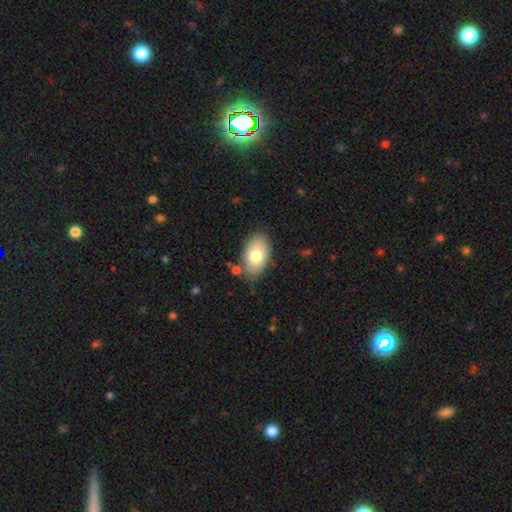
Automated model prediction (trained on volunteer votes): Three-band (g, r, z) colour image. It shows a smooth galaxy with no disk features (79%) that is in between round and cigar-shaped (93%). Merging: none (79%).